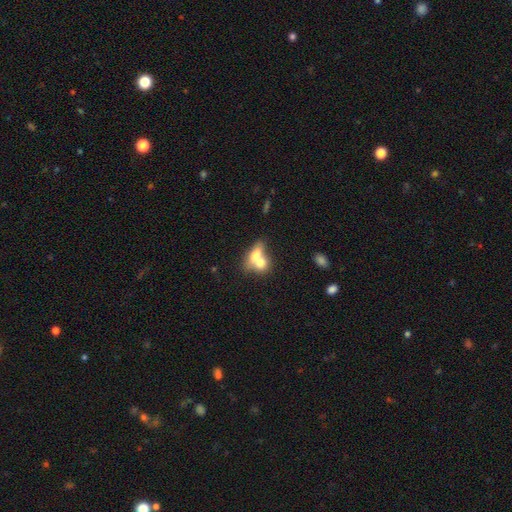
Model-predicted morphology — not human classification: smooth-or-featured: smooth: 67% | featured or disk: 25% | star or artifact: 8%
  how-rounded: in between: 62% | round: 30% | cigar-shaped: 7%
  merging: merger: 71% | none: 19% | minor disturbance: 6% | major disturbance: 4%